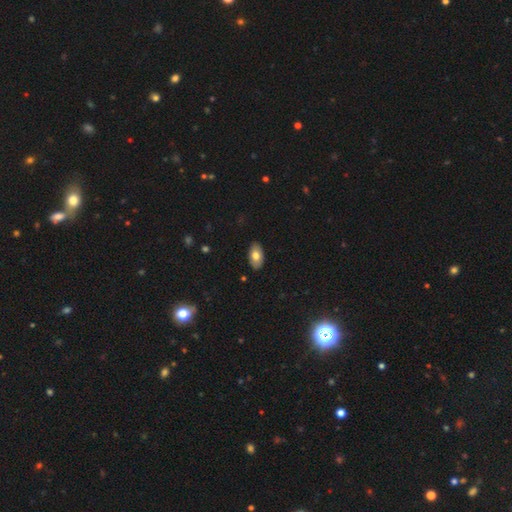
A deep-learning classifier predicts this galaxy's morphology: A smooth galaxy with no disk features (73%) that is in between round and cigar-shaped (94%). Merging: none (88%).